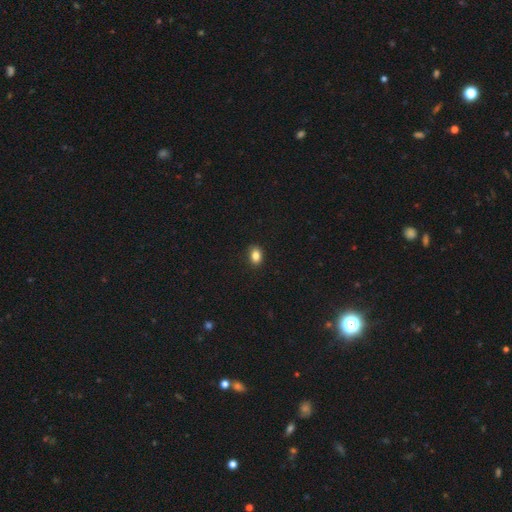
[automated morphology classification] Smooth or featured? Predicted: smooth (p=0.85). How rounded? Predicted: in between (p=0.70). Merging? Predicted: none (p=0.89).